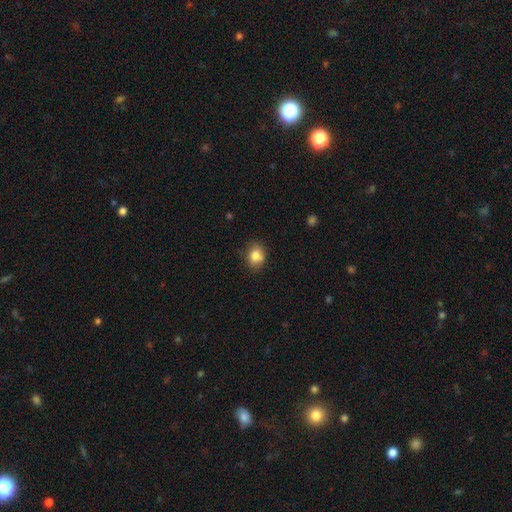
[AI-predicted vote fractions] Smooth or featured?
  - smooth: 81% *
  - star or artifact: 10%
  - featured or disk: 9%
How rounded?
  - round: 52% *
  - in between: 47%
  - cigar-shaped: 1%
Merging?
  - none: 70% *
  - minor disturbance: 20%
  - merger: 6%
  - major disturbance: 4%